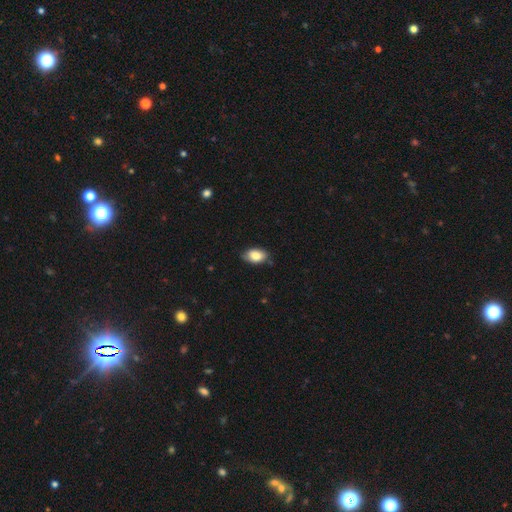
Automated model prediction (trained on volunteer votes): A smooth galaxy with no disk features (83%) that is in between round and cigar-shaped (90%). Merging: none (75%).